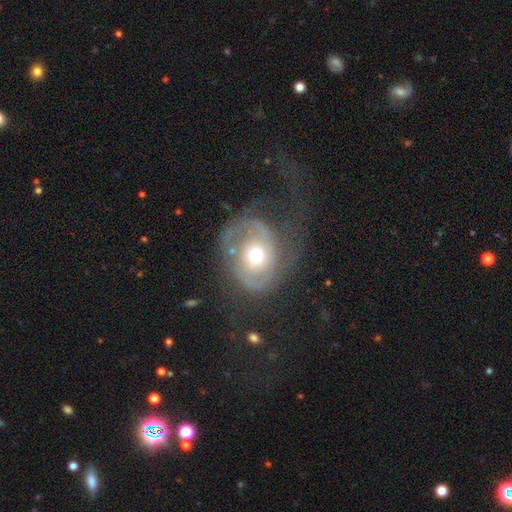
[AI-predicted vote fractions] Smooth or featured?
  - featured or disk: 74% *
  - smooth: 19%
  - star or artifact: 6%
Edge-on disk?
  - no: 96% *
  - yes: 4%
Bar?
  - no: 75% *
  - weak: 19%
  - strong: 5%
Spiral arms?
  - yes: 81% *
  - no: 19%
Spiral winding?
  - tight: 41% *
  - medium: 37%
  - loose: 21%
Spiral arm count?
  - 2: 56% *
  - 1: 21%
  - can't tell: 15%
  - 3: 4%
  - 4: 2%
  - more than 4: 2%
Bulge size?
  - moderate: 71% *
  - small: 15%
  - large: 12%
  - dominant: 1%
  - none: 1%
Merging?
  - none: 50% *
  - major disturbance: 28%
  - minor disturbance: 20%
  - merger: 2%